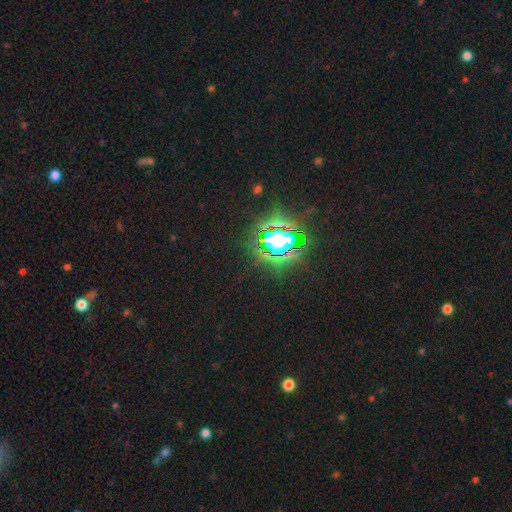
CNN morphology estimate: A star or artifact, not a galaxy (85%).